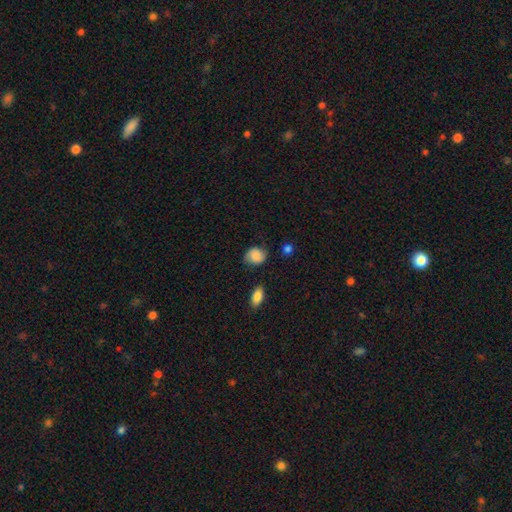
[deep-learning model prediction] Smooth or featured?
  - smooth: 75% *
  - featured or disk: 17%
  - star or artifact: 9%
How rounded?
  - round: 60% *
  - in between: 38%
  - cigar-shaped: 1%
Merging?
  - none: 70% *
  - minor disturbance: 22%
  - major disturbance: 5%
  - merger: 3%